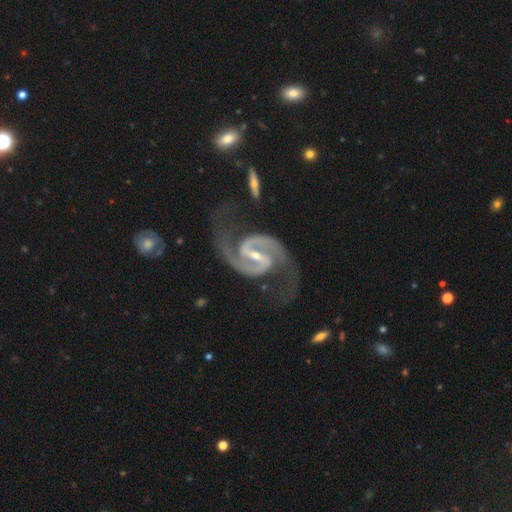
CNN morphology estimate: Smooth or featured? Predicted: featured or disk (p=0.95). Edge-on disk? Predicted: no (p=0.98). Bar? Predicted: strong (p=0.59). Spiral arms? Predicted: yes (p=0.99). Spiral winding? Predicted: medium (p=0.63). Spiral arm count? Predicted: 2 (p=0.95). Bulge size? Predicted: small (p=0.66). Merging? Predicted: none (p=0.70).